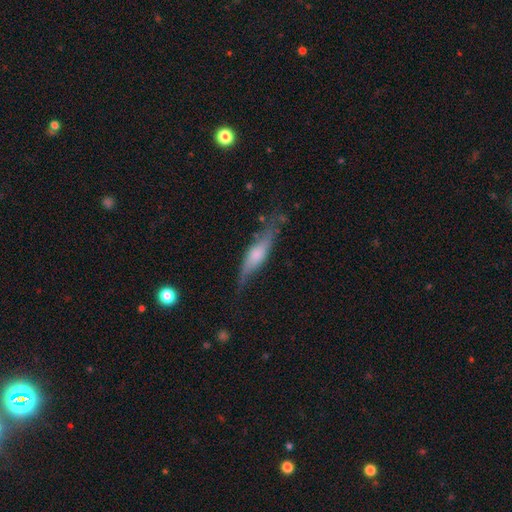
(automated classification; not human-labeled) This is possibly a featured or disk galaxy (56%). It is likely viewed edge-on (77%). Merging: likely none (64%).